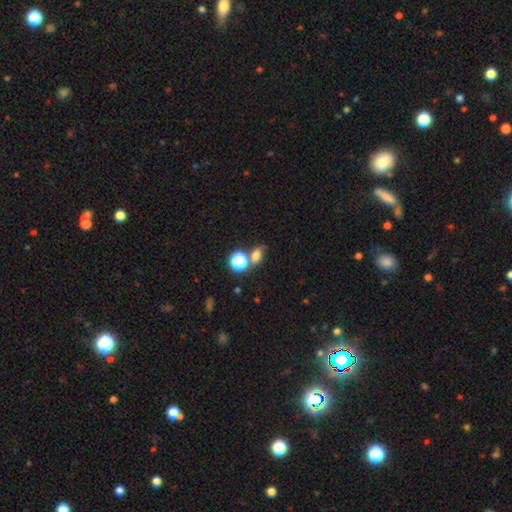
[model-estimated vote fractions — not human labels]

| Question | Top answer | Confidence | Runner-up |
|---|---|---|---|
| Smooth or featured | smooth | 67% | star or artifact (23%) |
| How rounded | in between | 59% | round (38%) |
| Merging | none | 58% | merger (22%) |